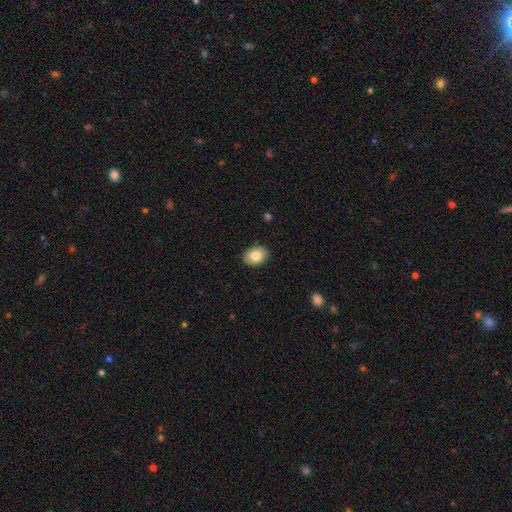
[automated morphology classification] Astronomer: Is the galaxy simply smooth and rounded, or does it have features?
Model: smooth — 81%.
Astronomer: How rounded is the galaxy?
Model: in between — 69%.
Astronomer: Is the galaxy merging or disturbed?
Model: none — 89%.